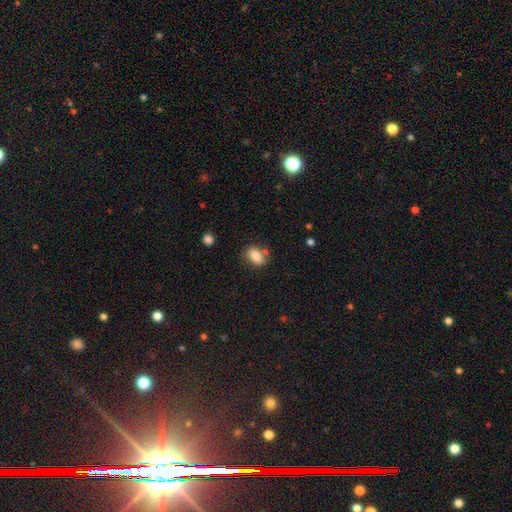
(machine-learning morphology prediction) Smooth or featured?
  - smooth: 81% *
  - featured or disk: 11%
  - star or artifact: 8%
How rounded?
  - in between: 83% *
  - round: 13%
  - cigar-shaped: 4%
Merging?
  - none: 68% *
  - minor disturbance: 17%
  - merger: 10%
  - major disturbance: 5%